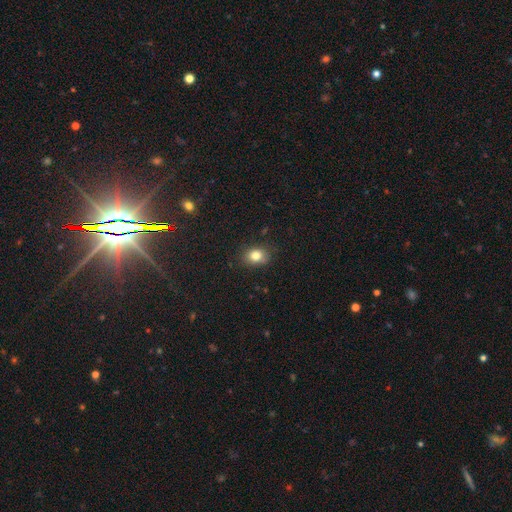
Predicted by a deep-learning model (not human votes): smooth-or-featured: smooth: 82% | star or artifact: 11% | featured or disk: 8%
  how-rounded: in between: 61% | round: 38% | cigar-shaped: 1%
  merging: none: 81% | minor disturbance: 15% | major disturbance: 3% | merger: 1%